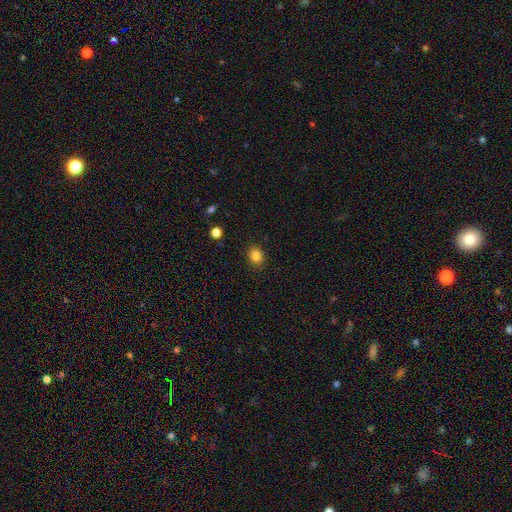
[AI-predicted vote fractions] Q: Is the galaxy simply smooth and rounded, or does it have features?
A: smooth — 84%.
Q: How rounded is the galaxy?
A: round — 57%.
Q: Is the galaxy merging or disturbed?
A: none — 89%.